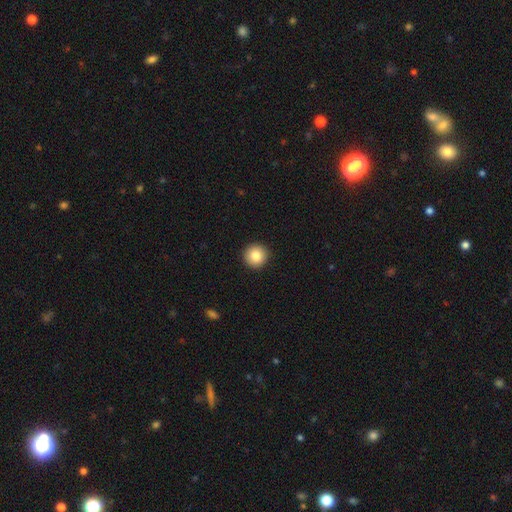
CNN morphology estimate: Smooth or featured: smooth — 85% (star or artifact — 9%)
How rounded: round — 94% (in between — 5%)
Merging: none — 93% (minor disturbance — 4%)